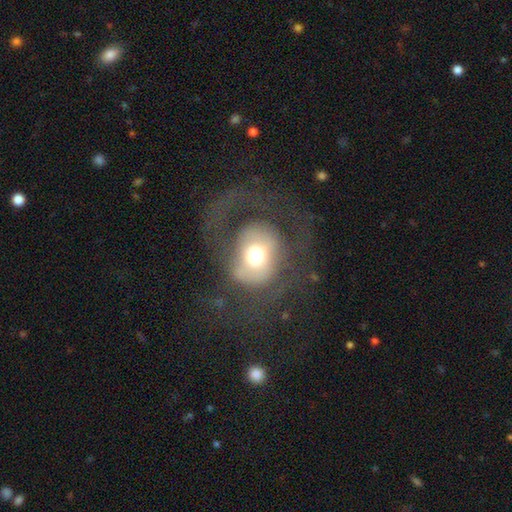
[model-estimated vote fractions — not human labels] The model was most divided on "merging": none: 42%, major disturbance: 41%, minor disturbance: 15%, merger: 2%. Remaining: smooth or featured — featured or disk (45%).